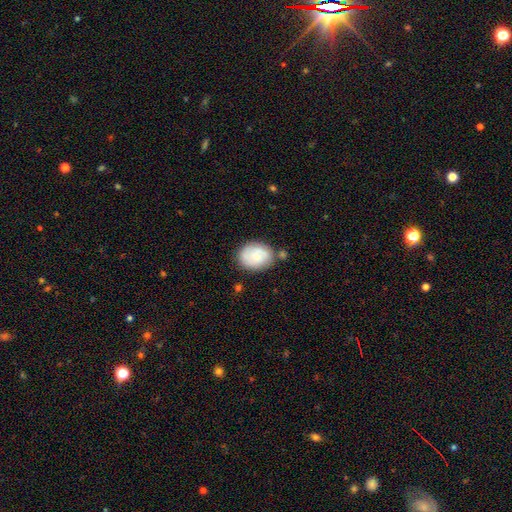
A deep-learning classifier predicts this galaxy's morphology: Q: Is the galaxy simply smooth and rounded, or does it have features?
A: smooth — 69%.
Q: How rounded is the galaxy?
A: in between — 59%.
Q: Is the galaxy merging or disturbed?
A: none — 69%.